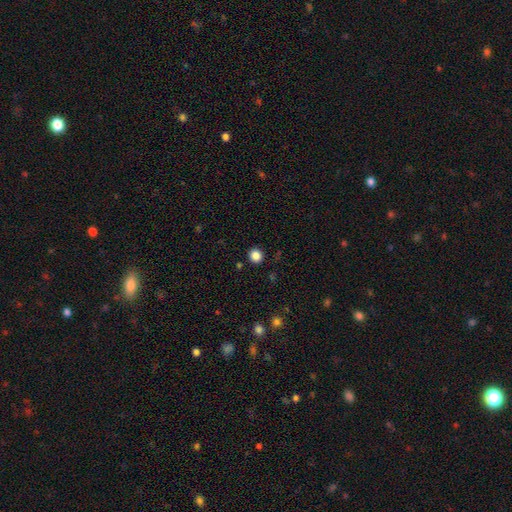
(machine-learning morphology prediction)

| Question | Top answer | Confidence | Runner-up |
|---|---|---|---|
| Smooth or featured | smooth | 86% | star or artifact (11%) |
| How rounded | round | 88% | in between (11%) |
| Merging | none | 91% | minor disturbance (5%) |